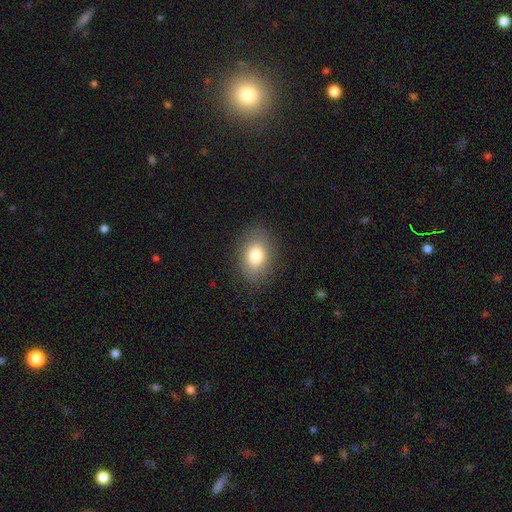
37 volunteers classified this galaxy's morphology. A smooth galaxy with no disk features (78%) that is in between round and cigar-shaped (93%).

Vote fractions:
- Smooth or featured? smooth: 78% / featured or disk: 16% / star or artifact: 5%
- How rounded? in between: 93% / round: 7% / cigar-shaped: 0%
- Merging? none: 89% / minor disturbance: 6% / major disturbance: 6% / merger: 0%